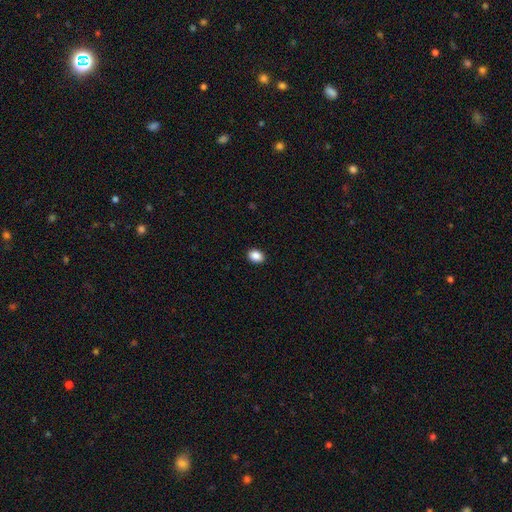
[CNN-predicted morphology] Smooth or featured?
  - smooth: 89% *
  - star or artifact: 8%
  - featured or disk: 3%
How rounded?
  - in between: 71% *
  - round: 28%
  - cigar-shaped: 1%
Merging?
  - none: 91% *
  - minor disturbance: 6%
  - major disturbance: 2%
  - merger: 1%